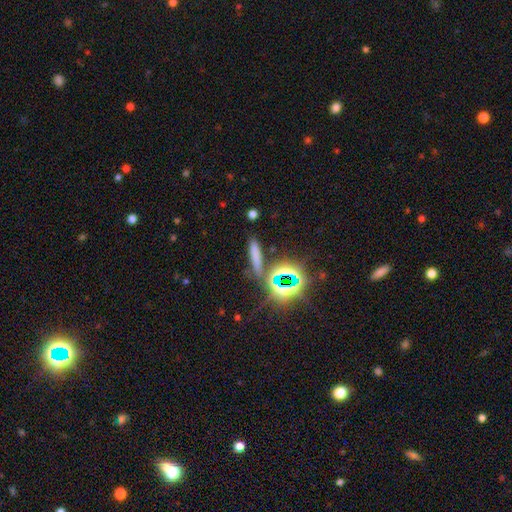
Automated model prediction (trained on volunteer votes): Smooth or featured?
  - smooth: 60% *
  - star or artifact: 28%
  - featured or disk: 11%
How rounded?
  - cigar-shaped: 78% *
  - in between: 16%
  - round: 6%
Merging?
  - none: 76% *
  - minor disturbance: 10%
  - merger: 9%
  - major disturbance: 4%